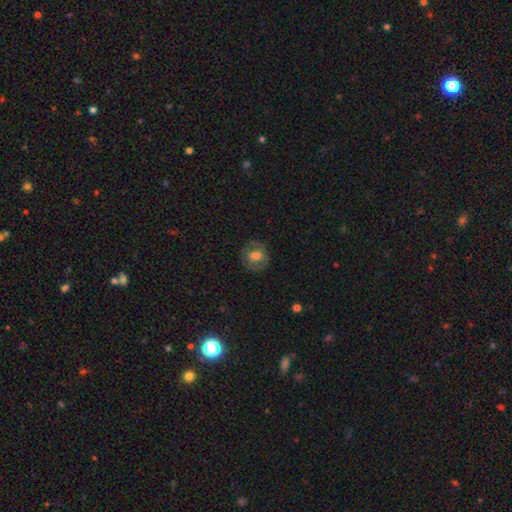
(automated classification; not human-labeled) Smooth or featured? smooth (51%)
How rounded? round (80%)
Merging? none (78%)